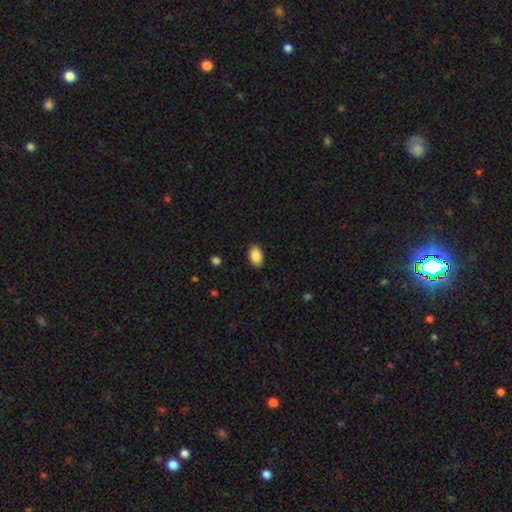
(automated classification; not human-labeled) This appears to be a smooth galaxy with no disk features (88%) that is in between round and cigar-shaped (91%). Merging: none (88%).